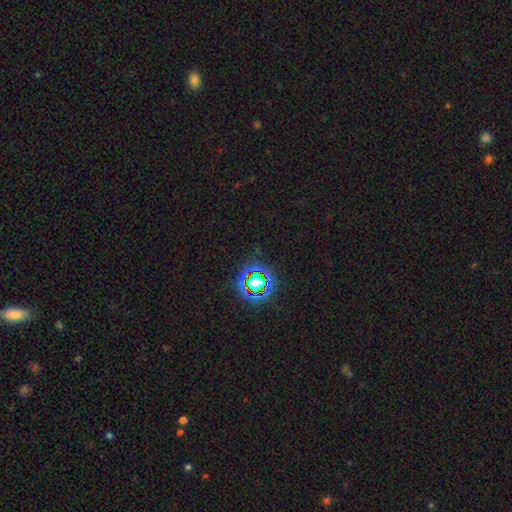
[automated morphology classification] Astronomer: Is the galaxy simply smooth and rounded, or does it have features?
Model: star or artifact — 77%.